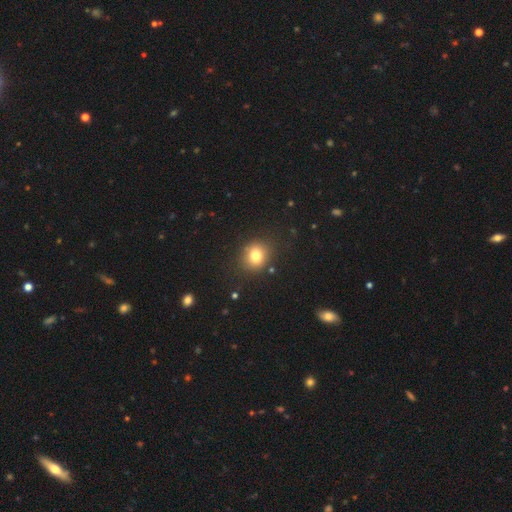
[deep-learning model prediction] Morphology: type=smooth (79%); roundness=round (77%); merging=none (85%).